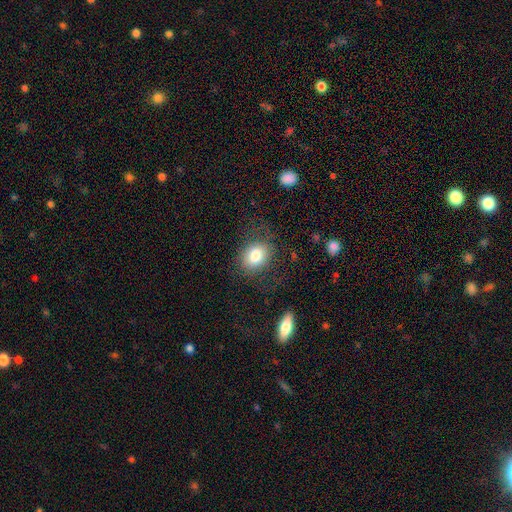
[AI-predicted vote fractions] Smooth or featured?
  - smooth: 81% *
  - featured or disk: 10%
  - star or artifact: 9%
How rounded?
  - in between: 53% *
  - round: 46%
  - cigar-shaped: 1%
Merging?
  - none: 75% *
  - minor disturbance: 15%
  - major disturbance: 8%
  - merger: 2%